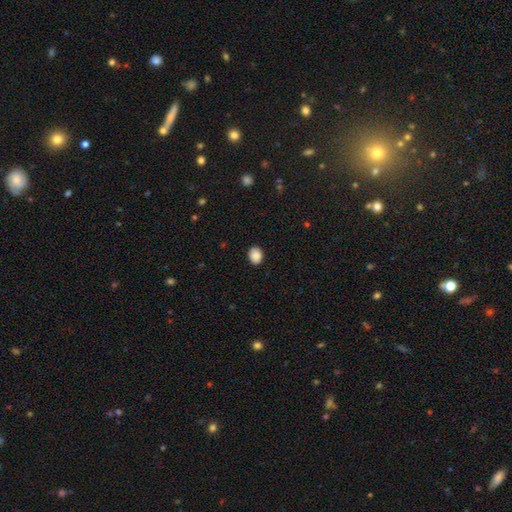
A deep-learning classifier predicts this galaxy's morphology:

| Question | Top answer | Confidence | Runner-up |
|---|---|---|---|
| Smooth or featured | smooth | 88% | star or artifact (8%) |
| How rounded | in between | 53% | round (46%) |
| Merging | none | 86% | minor disturbance (10%) |